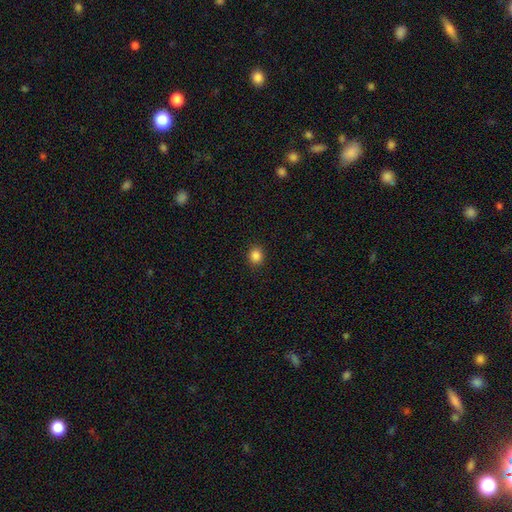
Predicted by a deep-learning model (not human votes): Morphology: type=smooth (86%); roundness=round (78%); merging=none (91%).